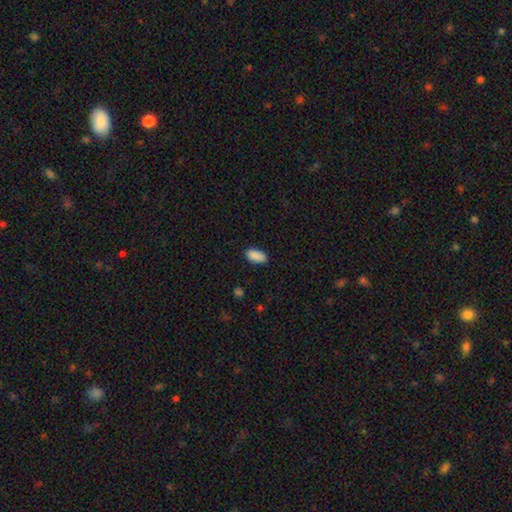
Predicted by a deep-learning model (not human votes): The model was most divided on "merging": none: 87%, minor disturbance: 10%, major disturbance: 2%, merger: 1%. More confident: how rounded — in between (93%); smooth or featured — smooth (90%).